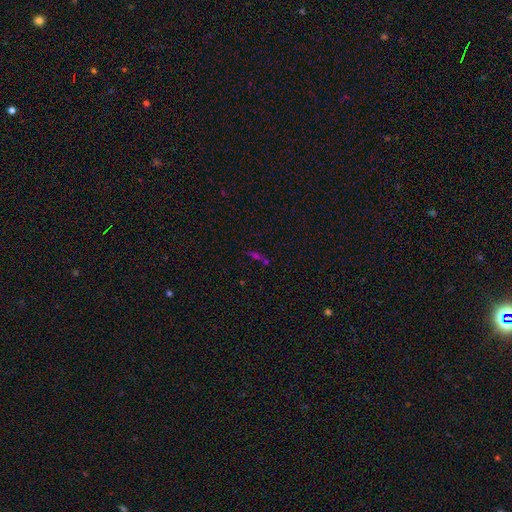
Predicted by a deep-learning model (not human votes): Q: Smooth or featured?
A: star or artifact (41%); tied with: smooth (41%)